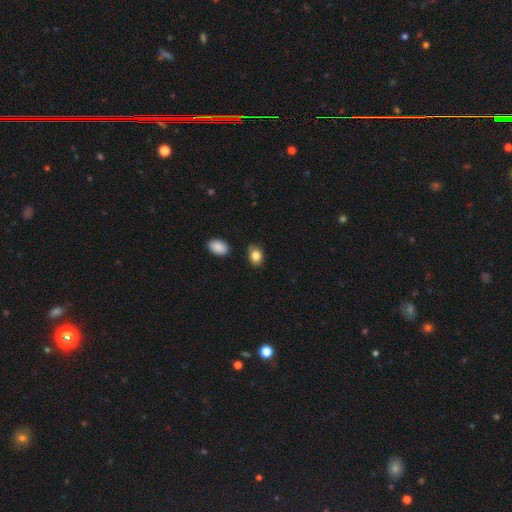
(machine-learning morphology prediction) The model was most divided on "how rounded": in between: 66%, round: 33%, cigar-shaped: 1%. More confident: smooth or featured — smooth (85%); merging — none (76%).